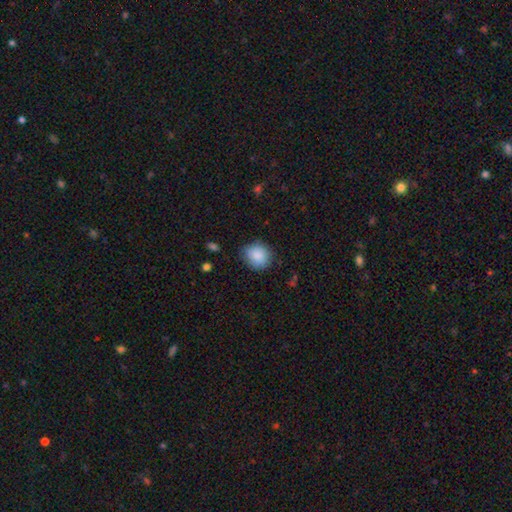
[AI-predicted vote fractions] smooth-or-featured: smooth: 87% | star or artifact: 8% | featured or disk: 5%
  how-rounded: round: 75% | in between: 24% | cigar-shaped: 1%
  merging: none: 79% | minor disturbance: 16% | major disturbance: 3% | merger: 1%